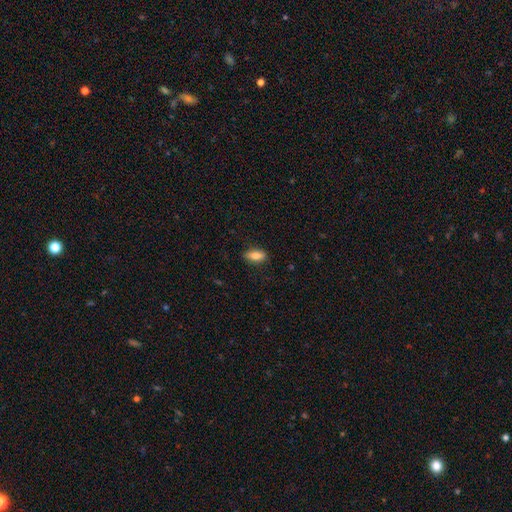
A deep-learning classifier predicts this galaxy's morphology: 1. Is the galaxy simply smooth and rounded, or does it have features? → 76% smooth, 16% featured or disk, 7% star or artifact.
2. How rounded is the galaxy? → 82% in between, 14% cigar-shaped, 4% round.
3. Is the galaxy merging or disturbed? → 85% none, 11% minor disturbance, 2% major disturbance, 1% merger.